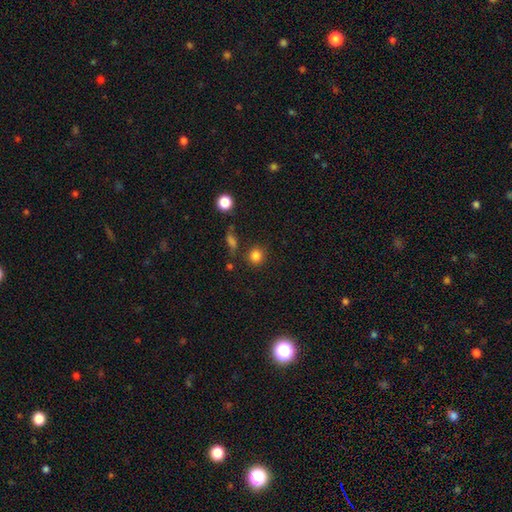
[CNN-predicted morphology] smooth-or-featured: smooth: 83% | star or artifact: 12% | featured or disk: 5%
  how-rounded: round: 89% | in between: 10% | cigar-shaped: 1%
  merging: none: 83% | minor disturbance: 9% | merger: 5% | major disturbance: 3%